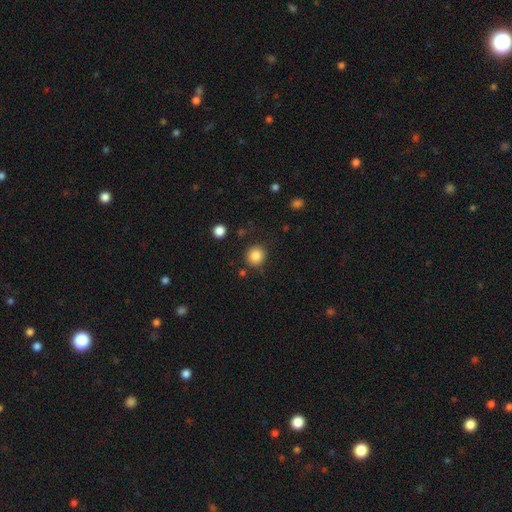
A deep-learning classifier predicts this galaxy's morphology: Smooth or featured?
  - smooth: 85% *
  - star or artifact: 10%
  - featured or disk: 5%
How rounded?
  - round: 90% *
  - in between: 9%
  - cigar-shaped: 1%
Merging?
  - none: 86% *
  - minor disturbance: 8%
  - major disturbance: 3%
  - merger: 3%